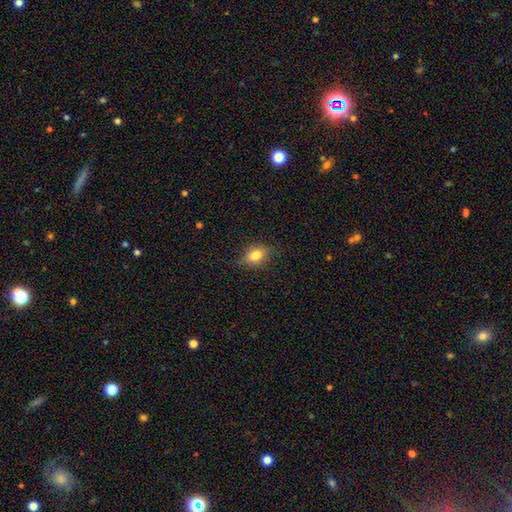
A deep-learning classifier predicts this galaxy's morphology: Smooth or featured: smooth — 74% (featured or disk — 15%)
How rounded: in between — 63% (round — 34%)
Merging: none — 79% (minor disturbance — 17%)